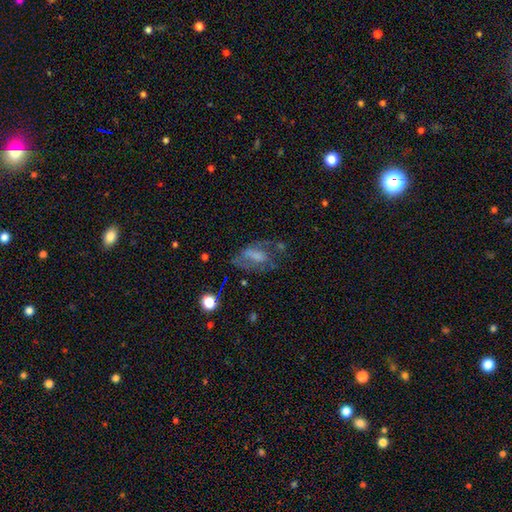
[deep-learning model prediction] smooth-or-featured: featured or disk: 55% | smooth: 33% | star or artifact: 12%
  disk-edge-on: no: 94% | yes: 6%
    bar: no: 39% | weak: 37% | strong: 24%
    has-spiral-arms: yes: 63% | no: 37%
    bulge-size: none: 40% | moderate: 23% | small: 22% | large: 13% | dominant: 2%
  merging: none: 42% | major disturbance: 31% | minor disturbance: 23% | merger: 4%